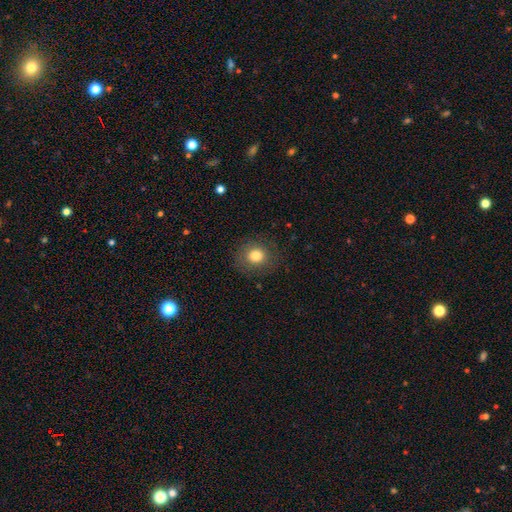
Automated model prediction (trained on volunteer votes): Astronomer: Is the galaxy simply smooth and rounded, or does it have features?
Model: smooth — 81%.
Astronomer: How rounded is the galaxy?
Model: round — 82%.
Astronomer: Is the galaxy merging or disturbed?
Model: none — 85%.